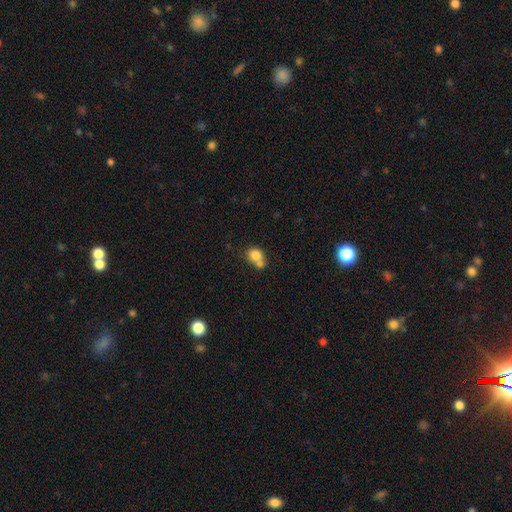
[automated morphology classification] Smooth or featured? Predicted: smooth (p=0.78). How rounded? Predicted: round (p=0.67). Merging? Predicted: merger (p=0.53).